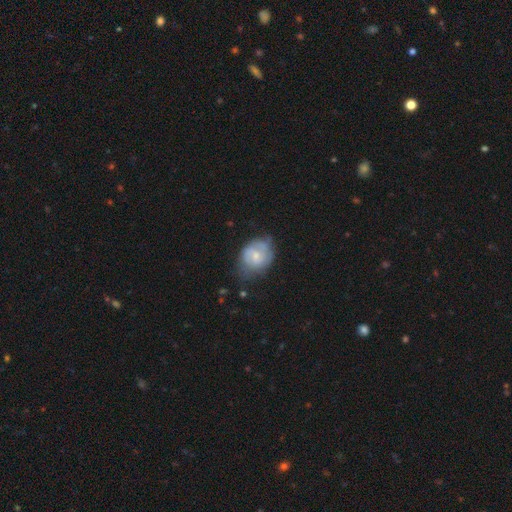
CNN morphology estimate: This is possibly a featured or disk galaxy (51%). It is clearly not viewed edge-on (97%). Merging: possibly none (48%).